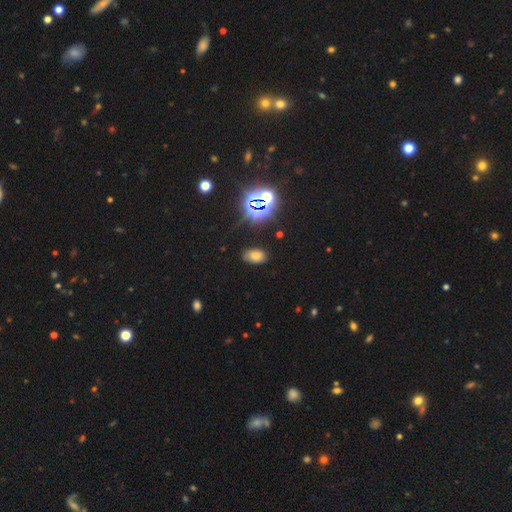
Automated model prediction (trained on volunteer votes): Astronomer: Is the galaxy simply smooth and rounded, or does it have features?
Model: smooth — 66%.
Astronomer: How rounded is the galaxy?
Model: in between — 91%.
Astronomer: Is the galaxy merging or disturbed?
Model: none — 82%.